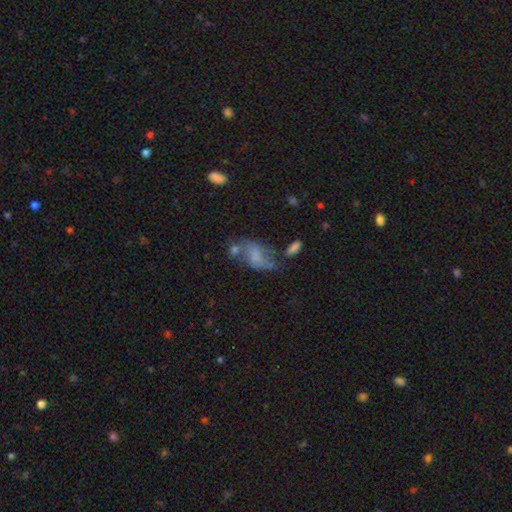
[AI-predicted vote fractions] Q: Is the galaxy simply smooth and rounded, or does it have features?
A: smooth — 50%.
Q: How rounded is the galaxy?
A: in between — 87%.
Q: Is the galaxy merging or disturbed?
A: none — 38%.